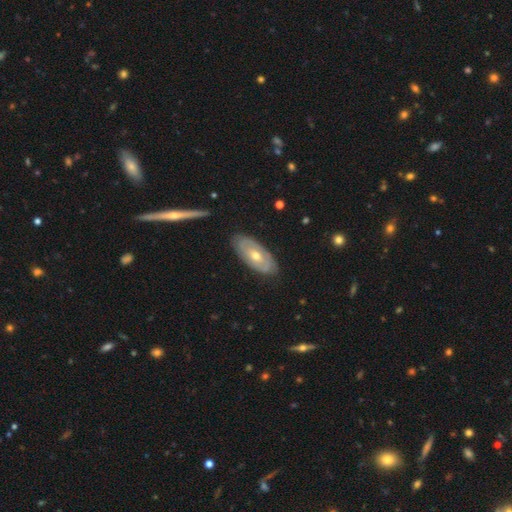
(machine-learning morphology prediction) The model was most divided on "spiral arms": no: 61%, yes: 39%. More confident: edge-on disk — no (85%); merging — none (83%); bar — no (82%); bulge size — moderate (64%); smooth or featured — featured or disk (60%).